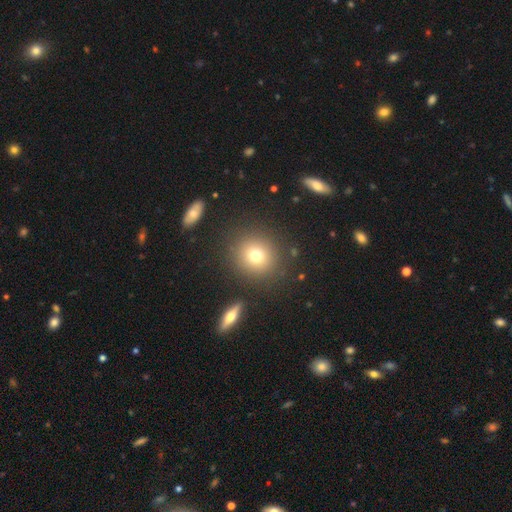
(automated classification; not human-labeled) This is likely a smooth galaxy (74%). How rounded: clearly round (88%). Merging: clearly none (86%).